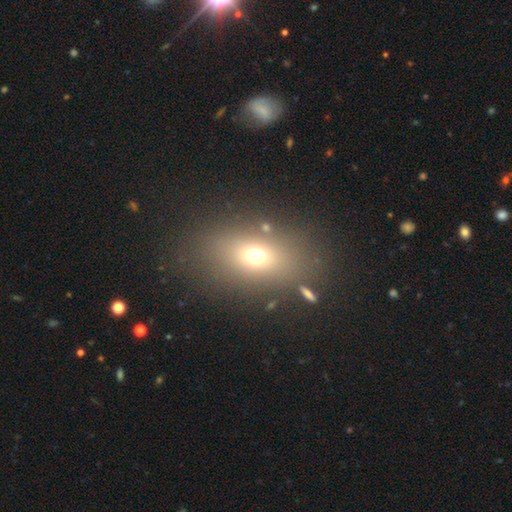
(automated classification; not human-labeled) A smooth galaxy with no disk features (67%) that is in between round and cigar-shaped (73%). Merging: none (77%).